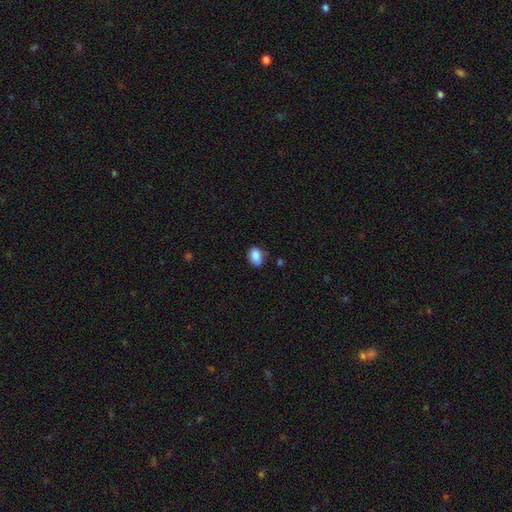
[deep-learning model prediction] A smooth galaxy with no disk features (87%) that is in between round and cigar-shaped (82%).

Vote fractions:
- Smooth or featured? smooth: 87% / star or artifact: 8% / featured or disk: 5%
- How rounded? in between: 82% / round: 17% / cigar-shaped: 1%
- Merging? none: 76% / minor disturbance: 17% / major disturbance: 3% / merger: 3%